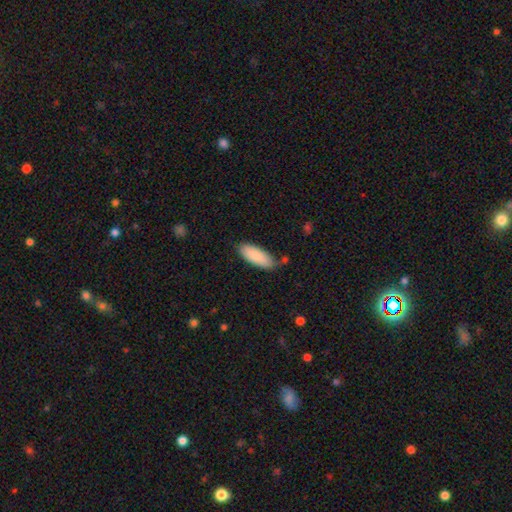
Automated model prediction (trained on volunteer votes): The model was most divided on "merging": none: 74%, minor disturbance: 19%, merger: 3%, major disturbance: 3%. More confident: smooth or featured — smooth (86%); how rounded — in between (79%).